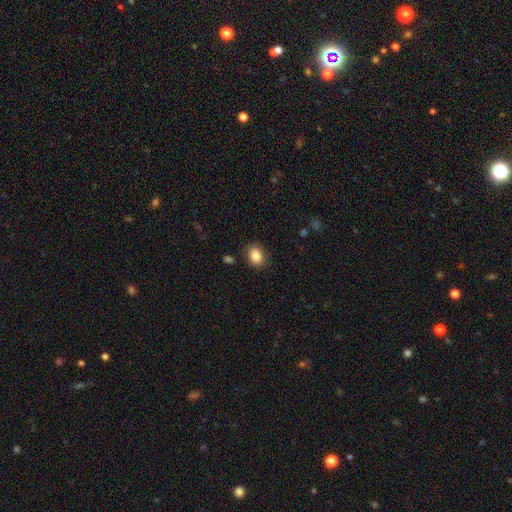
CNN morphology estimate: Smooth or featured: smooth — 86% (star or artifact — 8%)
How rounded: in between — 59% (round — 40%)
Merging: none — 84% (minor disturbance — 11%)